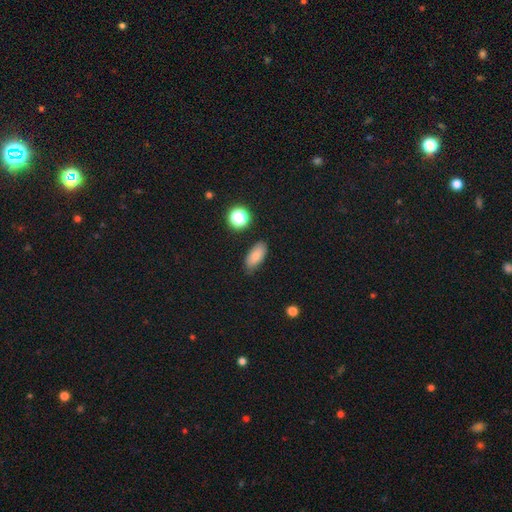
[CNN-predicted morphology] Smooth or featured?
  - smooth: 81% *
  - featured or disk: 10%
  - star or artifact: 9%
How rounded?
  - in between: 87% *
  - cigar-shaped: 9%
  - round: 4%
Merging?
  - none: 81% *
  - minor disturbance: 14%
  - major disturbance: 3%
  - merger: 2%